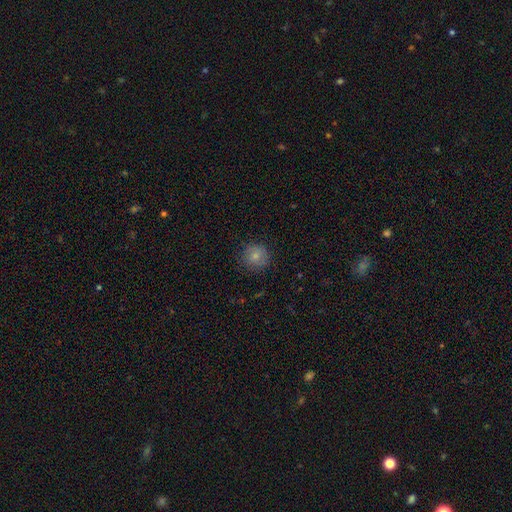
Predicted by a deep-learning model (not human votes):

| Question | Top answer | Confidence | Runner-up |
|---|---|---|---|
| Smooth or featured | smooth | 79% | featured or disk (11%) |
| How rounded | round | 90% | in between (9%) |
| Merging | none | 82% | minor disturbance (13%) |